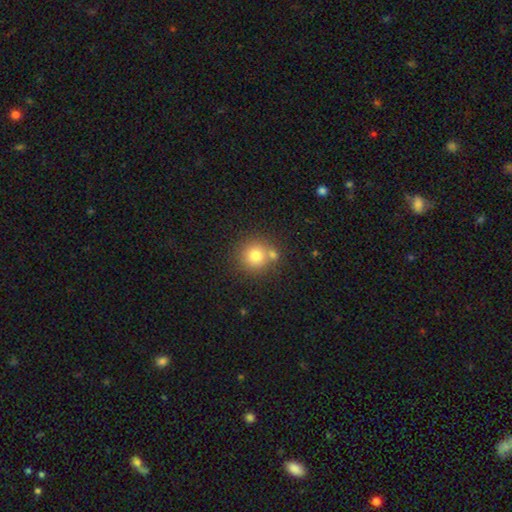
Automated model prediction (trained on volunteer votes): Overall: smooth (78%). How rounded: round (91%). Merging: none (64%).